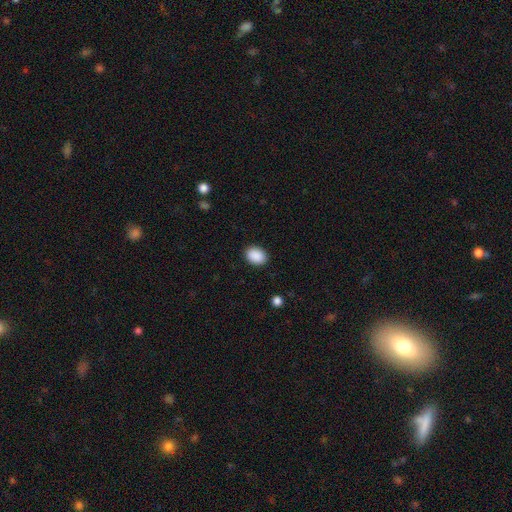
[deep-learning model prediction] smooth_or_featured: smooth (p=0.90) [alt: star or artifact p=0.08]
how_rounded: in between (p=0.68) [alt: round p=0.31]
merging: none (p=0.90) [alt: minor disturbance p=0.07]